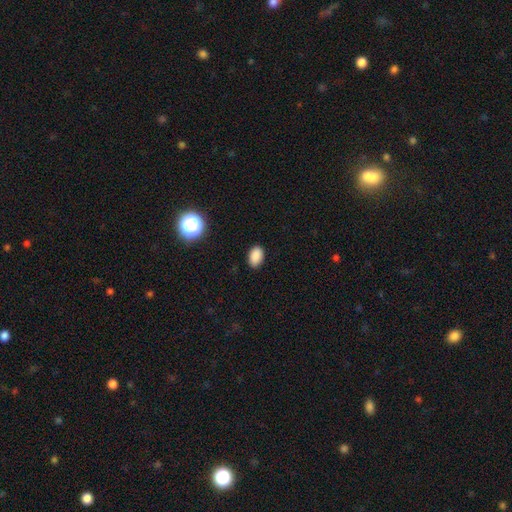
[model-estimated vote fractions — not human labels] This appears to be a smooth galaxy with no disk features (87%) that is in between round and cigar-shaped (86%). Merging: none (88%).